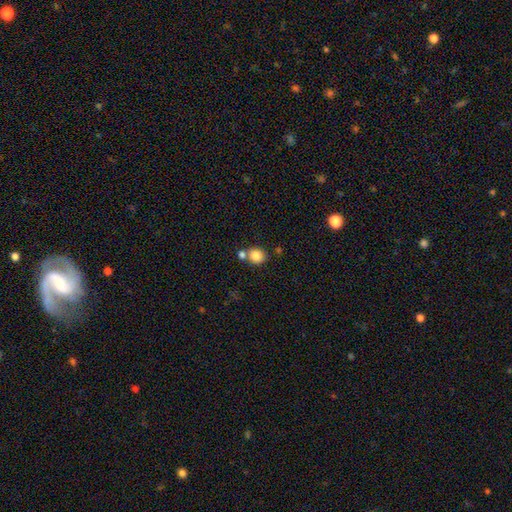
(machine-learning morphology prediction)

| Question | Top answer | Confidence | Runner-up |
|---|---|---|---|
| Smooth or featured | smooth | 84% | star or artifact (10%) |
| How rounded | round | 77% | in between (22%) |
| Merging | none | 61% | merger (27%) |